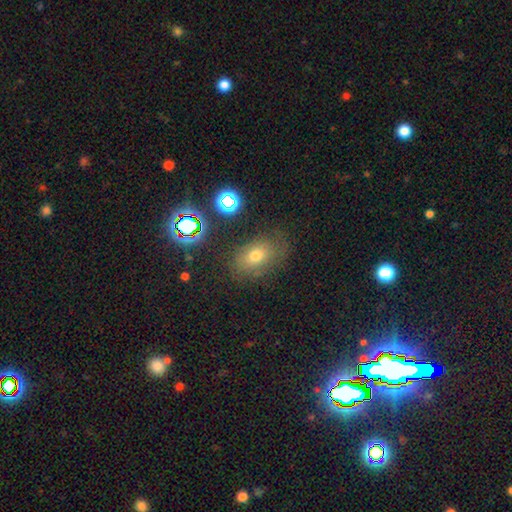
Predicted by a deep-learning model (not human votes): This appears to be a smooth galaxy with no disk features (63%) that is in between round and cigar-shaped (77%). Merging: none (73%).